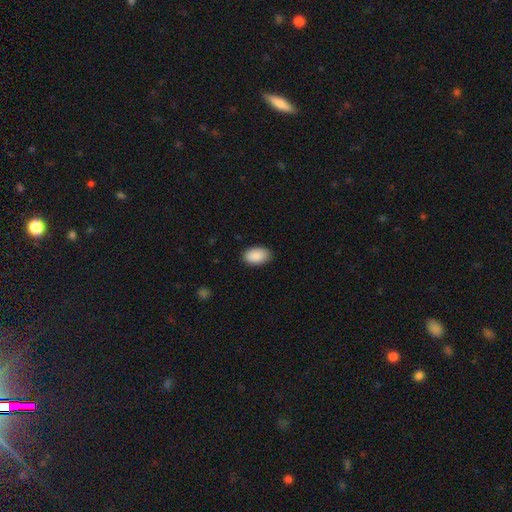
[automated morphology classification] Overall: smooth (91%). How rounded: in between (93%). Merging: none (86%).